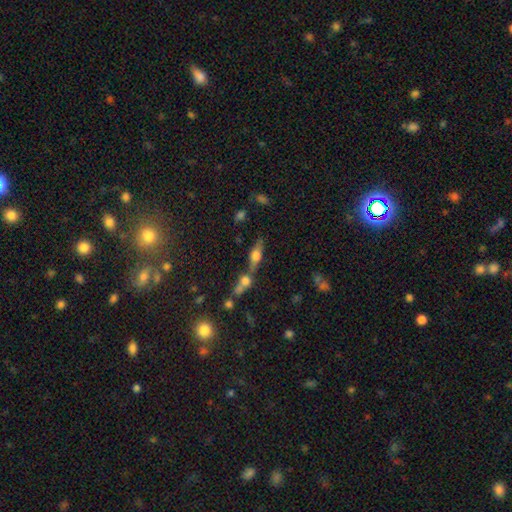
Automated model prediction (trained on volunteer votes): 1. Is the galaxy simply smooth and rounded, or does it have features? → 52% smooth, 35% featured or disk, 13% star or artifact.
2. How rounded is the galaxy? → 55% in between, 35% cigar-shaped, 10% round.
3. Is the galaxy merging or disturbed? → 42% none (tied), 42% merger (tied), 10% minor disturbance, 5% major disturbance.